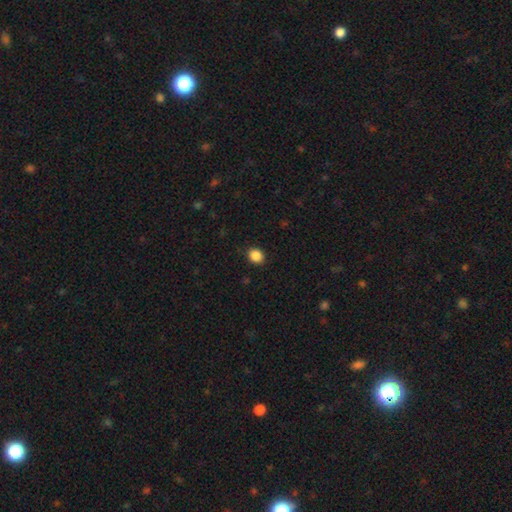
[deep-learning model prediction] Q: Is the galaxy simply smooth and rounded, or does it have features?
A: smooth — 88%.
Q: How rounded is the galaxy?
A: round — 67%.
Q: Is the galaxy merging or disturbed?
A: none — 90%.